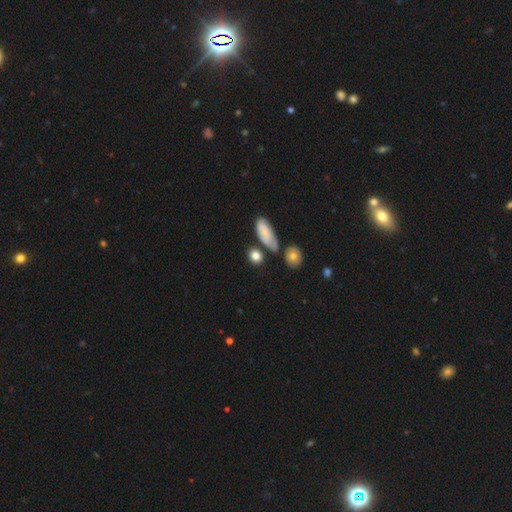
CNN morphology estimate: A smooth galaxy with no disk features (82%) that is round (50%).

Vote fractions:
- Smooth or featured? smooth: 82% / featured or disk: 9% / star or artifact: 9%
- How rounded? round: 50% / in between: 43% / cigar-shaped: 7%
- Merging? none: 71% / minor disturbance: 14% / merger: 10% / major disturbance: 4%